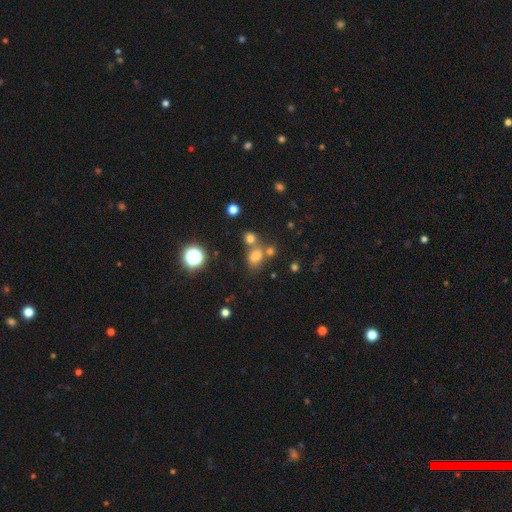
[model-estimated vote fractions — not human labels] A smooth galaxy with no disk features (70%) that is in between round and cigar-shaped (57%).

Vote fractions:
- Smooth or featured? smooth: 70% / star or artifact: 22% / featured or disk: 8%
- How rounded? in between: 57% / round: 42% / cigar-shaped: 2%
- Merging? none: 53% / merger: 29% / minor disturbance: 12% / major disturbance: 6%